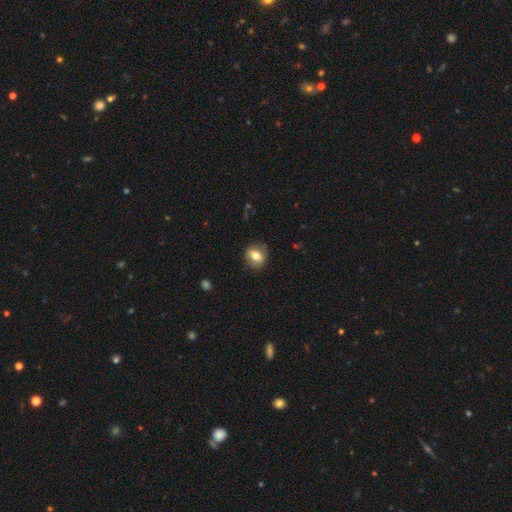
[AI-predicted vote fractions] This appears to be a smooth galaxy with no disk features (69%) that is round (59%). Merging: none (81%).